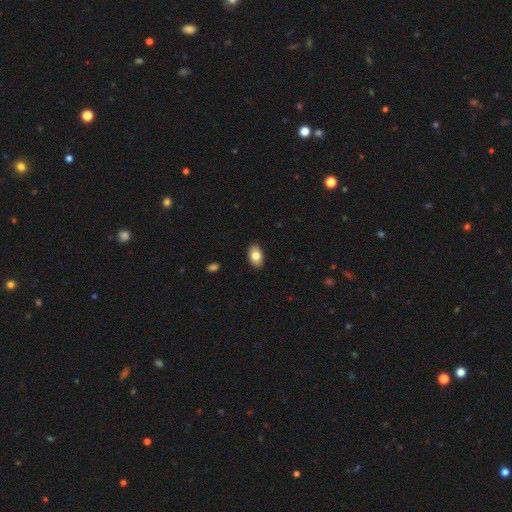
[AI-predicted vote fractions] smooth_or_featured: smooth (p=0.82) [alt: featured or disk p=0.11]
how_rounded: in between (p=0.92) [alt: round p=0.07]
merging: none (p=0.90) [alt: minor disturbance p=0.08]